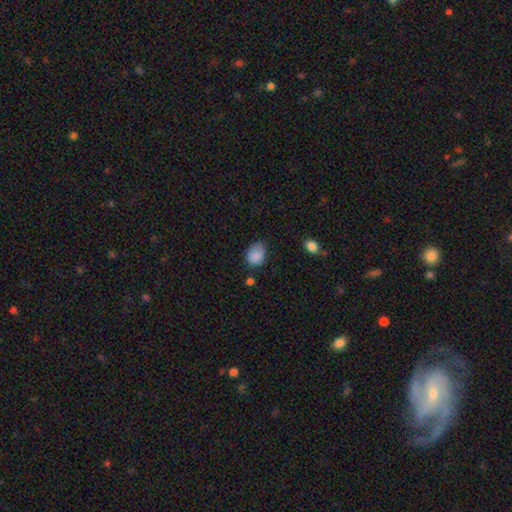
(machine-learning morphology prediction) smooth-or-featured: smooth: 87% | star or artifact: 9% | featured or disk: 4%
  how-rounded: in between: 54% | round: 45% | cigar-shaped: 1%
  merging: none: 60% | minor disturbance: 31% | major disturbance: 6% | merger: 3%